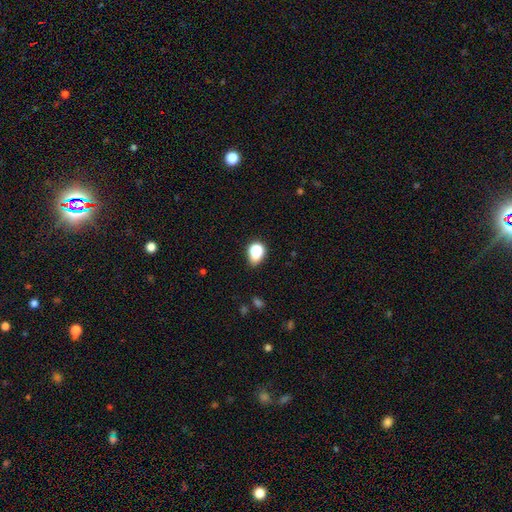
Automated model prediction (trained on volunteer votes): This is likely a smooth galaxy (79%). How rounded: likely in between (62%). Merging: possibly none (53%).